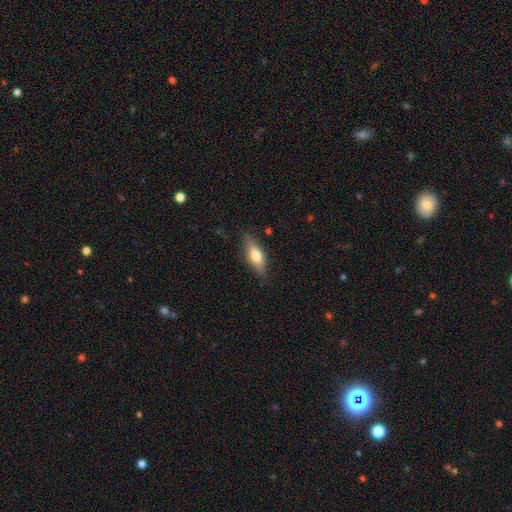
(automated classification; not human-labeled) A smooth galaxy with no disk features (58%) that is in between round and cigar-shaped (56%). Merging: none (82%).